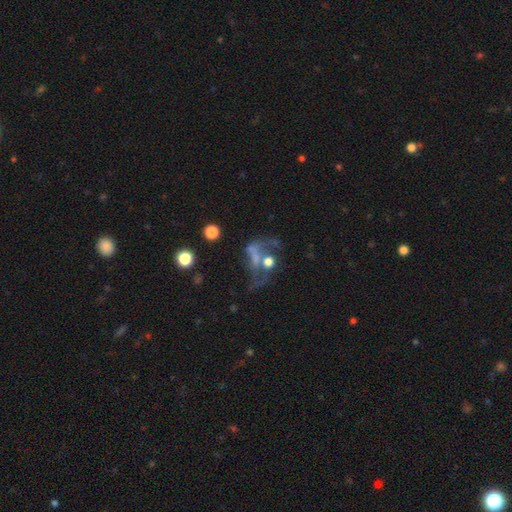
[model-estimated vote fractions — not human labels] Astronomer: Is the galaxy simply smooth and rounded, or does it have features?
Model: featured or disk — 47% (runner-up: smooth, 30%).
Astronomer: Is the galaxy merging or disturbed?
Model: major disturbance — 37% (runner-up: merger, 28%).